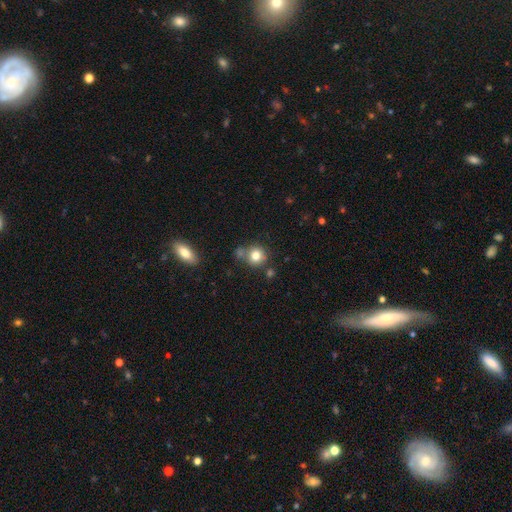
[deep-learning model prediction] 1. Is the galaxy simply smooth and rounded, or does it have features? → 79% smooth, 11% star or artifact, 9% featured or disk.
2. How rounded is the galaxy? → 86% round, 13% in between, 1% cigar-shaped.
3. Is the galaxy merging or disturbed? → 68% none, 16% merger, 12% minor disturbance, 4% major disturbance.